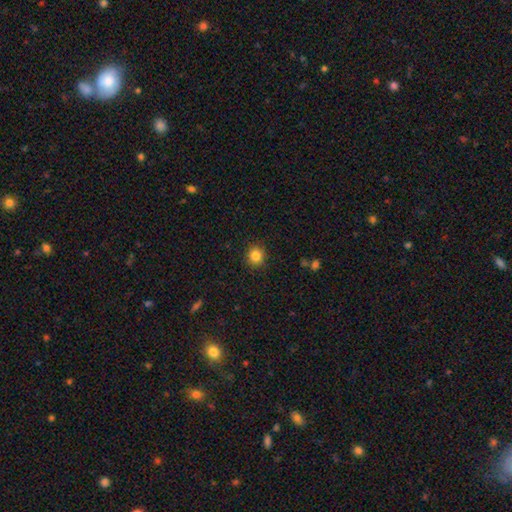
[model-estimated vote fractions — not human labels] Smooth or featured? Predicted: smooth (p=0.84). How rounded? Predicted: round (p=0.89). Merging? Predicted: none (p=0.91).